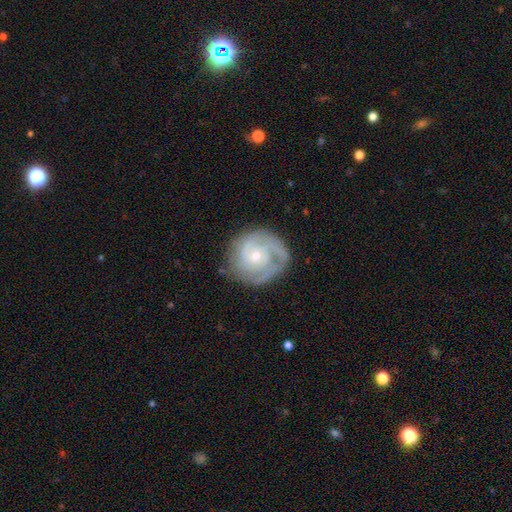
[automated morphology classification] smooth_or_featured: featured or disk (p=0.80) [alt: smooth p=0.14]
disk_edge_on: no (p=0.98) [alt: yes p=0.02]
bar: no (p=0.77) [alt: weak p=0.19]
has_spiral_arms: yes (p=0.92) [alt: no p=0.08]
spiral_winding: tight (p=0.64) [alt: medium p=0.28]
spiral_arm_count: 2 (p=0.33) [alt: can't tell p=0.27]
bulge_size: small (p=0.68) [alt: moderate p=0.29]
merging: none (p=0.73) [alt: minor disturbance p=0.18]